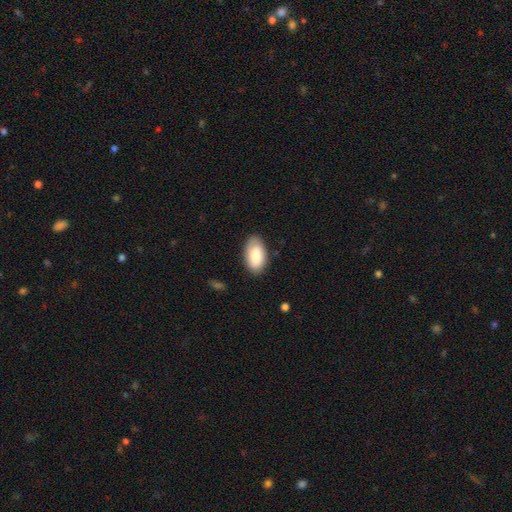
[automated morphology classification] Overall: smooth (80%). How rounded: in between (95%). Merging: none (81%).